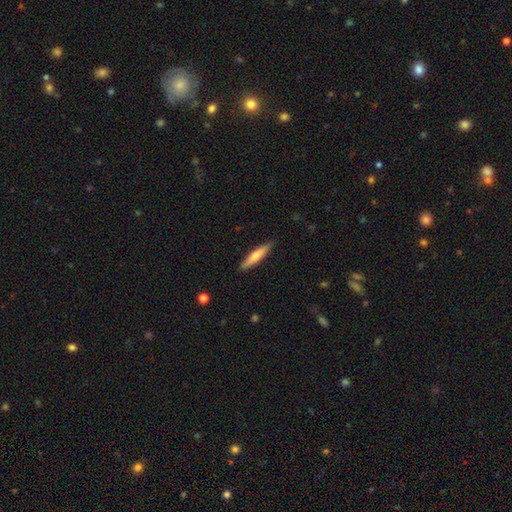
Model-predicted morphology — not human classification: Q: Smooth or featured?
A: smooth (60%); runner-up: featured or disk (35%)
Q: How rounded?
A: cigar-shaped (86%); runner-up: in between (12%)
Q: Merging?
A: none (88%); runner-up: minor disturbance (9%)